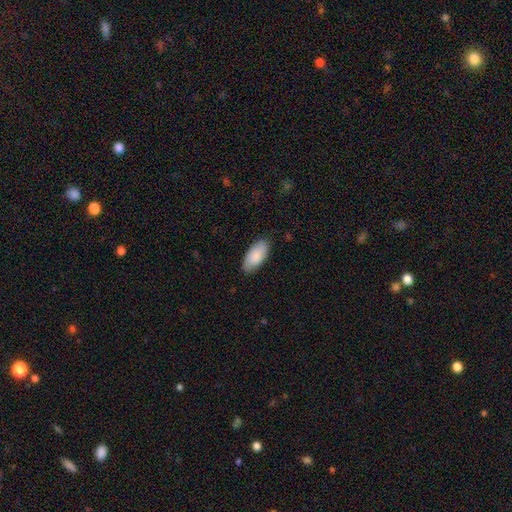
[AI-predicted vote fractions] Smooth or featured? smooth (86%)
How rounded? in between (92%)
Merging? none (85%)